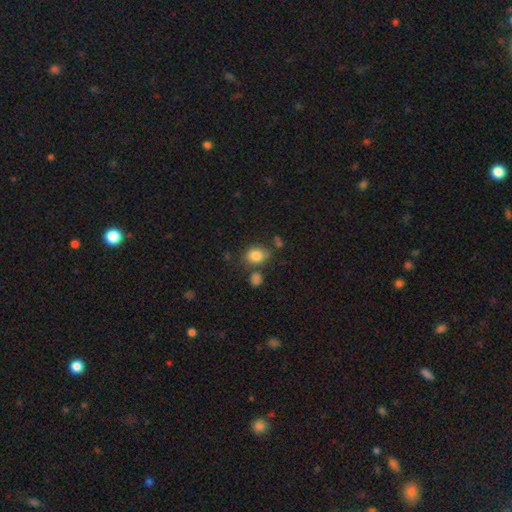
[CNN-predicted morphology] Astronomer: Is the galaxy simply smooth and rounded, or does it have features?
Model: smooth — 83%.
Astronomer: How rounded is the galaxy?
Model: in between — 50% (runner-up: round, 49%).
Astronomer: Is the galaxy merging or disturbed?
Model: none — 64%.